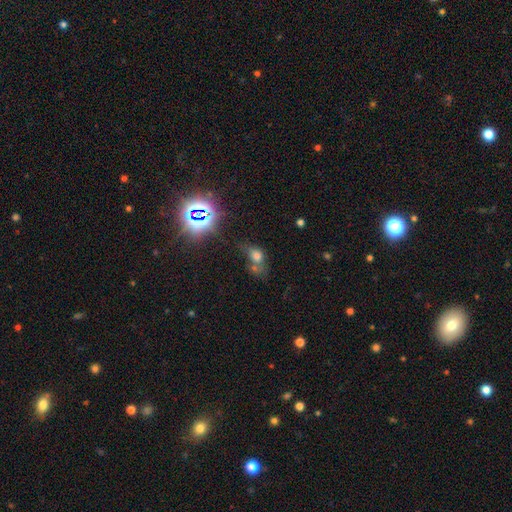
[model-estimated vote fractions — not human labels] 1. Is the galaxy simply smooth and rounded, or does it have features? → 58% smooth, 29% star or artifact, 14% featured or disk.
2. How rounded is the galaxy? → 60% in between, 36% round, 3% cigar-shaped.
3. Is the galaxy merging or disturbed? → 34% merger, 33% none, 17% minor disturbance, 16% major disturbance.